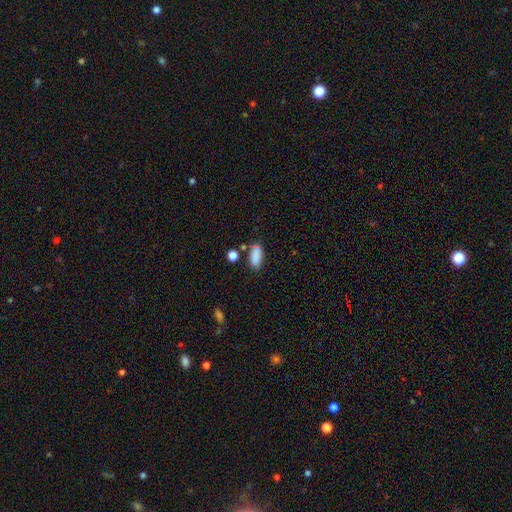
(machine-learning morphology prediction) Smooth or featured: smooth — 86% (star or artifact — 8%)
How rounded: in between — 82% (cigar-shaped — 14%)
Merging: none — 70% (minor disturbance — 16%)